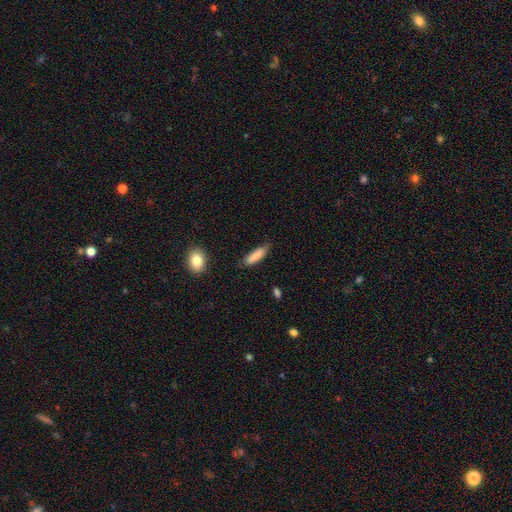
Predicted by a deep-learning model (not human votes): A smooth galaxy with no disk features (83%) that is cigar-shaped (57%). Merging: none (69%).